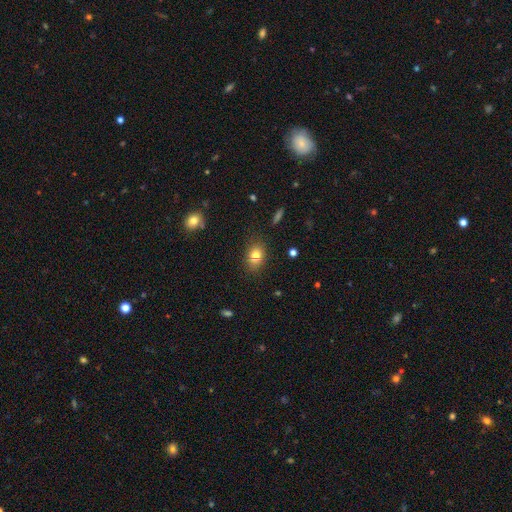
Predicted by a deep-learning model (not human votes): A smooth galaxy with no disk features (79%) that is in between round and cigar-shaped (71%).

Vote fractions:
- Smooth or featured? smooth: 79% / star or artifact: 11% / featured or disk: 10%
- How rounded? in between: 71% / round: 27% / cigar-shaped: 2%
- Merging? none: 84% / minor disturbance: 12% / major disturbance: 3% / merger: 1%